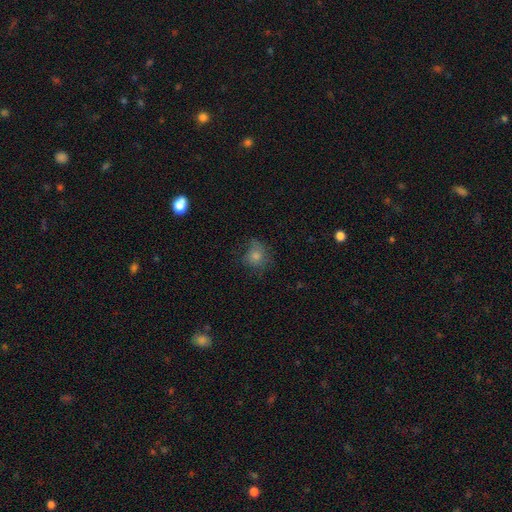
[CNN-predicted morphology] smooth_or_featured: smooth (p=0.75) [alt: star or artifact p=0.13]
how_rounded: round (p=0.74) [alt: in between p=0.25]
merging: none (p=0.57) [alt: minor disturbance p=0.26]